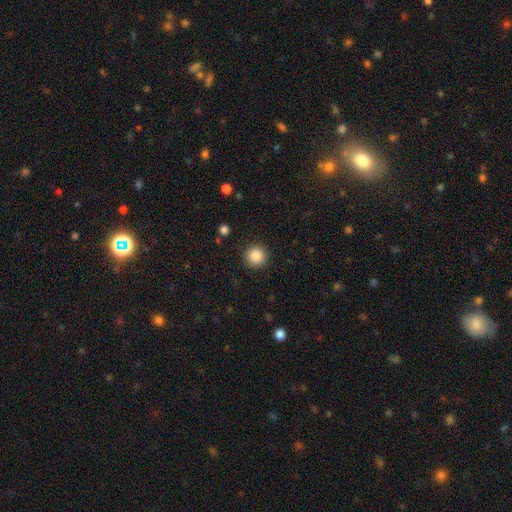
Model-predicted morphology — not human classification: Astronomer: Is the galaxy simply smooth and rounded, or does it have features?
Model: smooth — 86%.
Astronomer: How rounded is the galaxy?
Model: round — 95%.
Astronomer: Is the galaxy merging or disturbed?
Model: none — 92%.